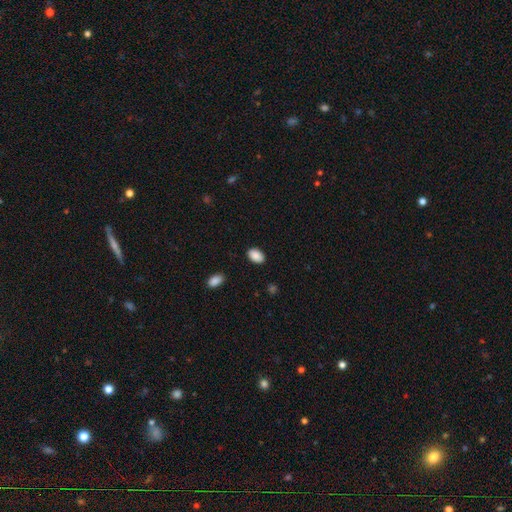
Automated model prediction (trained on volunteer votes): smooth-or-featured: smooth: 89% | star or artifact: 7% | featured or disk: 3%
  how-rounded: in between: 89% | round: 10% | cigar-shaped: 1%
  merging: none: 87% | minor disturbance: 9% | major disturbance: 2% | merger: 1%